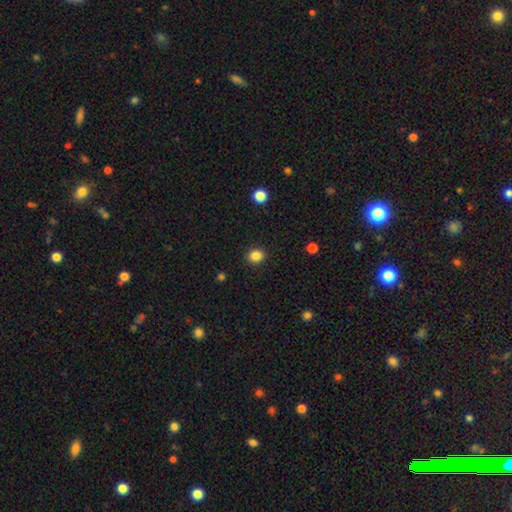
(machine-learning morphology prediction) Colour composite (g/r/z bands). It shows a smooth galaxy with no disk features (86%) that is round (66%). Merging: none (91%).